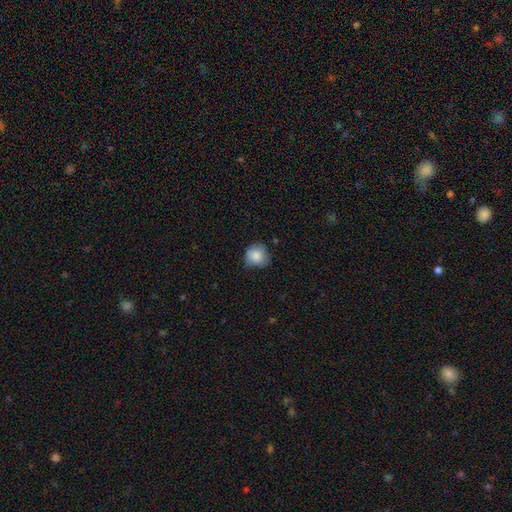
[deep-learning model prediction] Morphology: type=smooth (84%); roundness=round (82%); merging=none (59%).